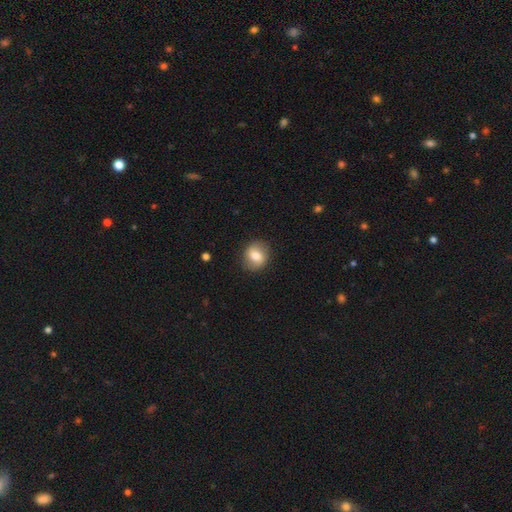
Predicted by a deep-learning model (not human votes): Morphology: type=smooth (72%); roundness=round (75%); merging=none (87%).